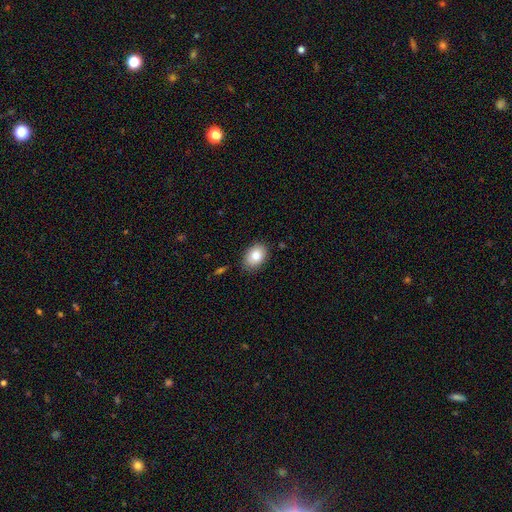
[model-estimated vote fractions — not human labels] Morphology: type=smooth (82%); roundness=in between (78%); merging=none (85%).